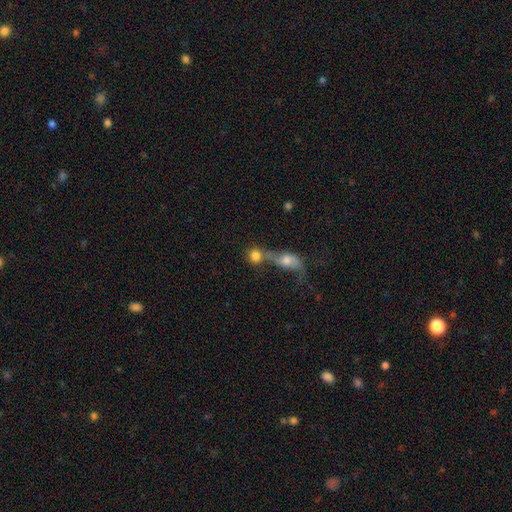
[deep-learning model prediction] A smooth galaxy with no disk features (78%) that is round (77%). Merging: merger (60%).